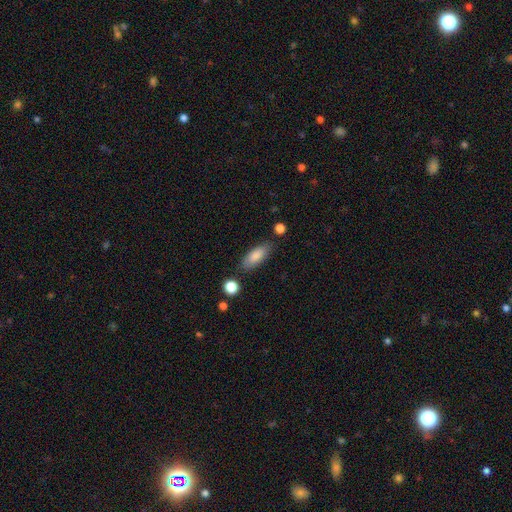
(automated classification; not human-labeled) smooth-or-featured: smooth: 84% | featured or disk: 10% | star or artifact: 7%
  how-rounded: in between: 75% | cigar-shaped: 23% | round: 2%
  merging: none: 79% | minor disturbance: 14% | merger: 4% | major disturbance: 3%